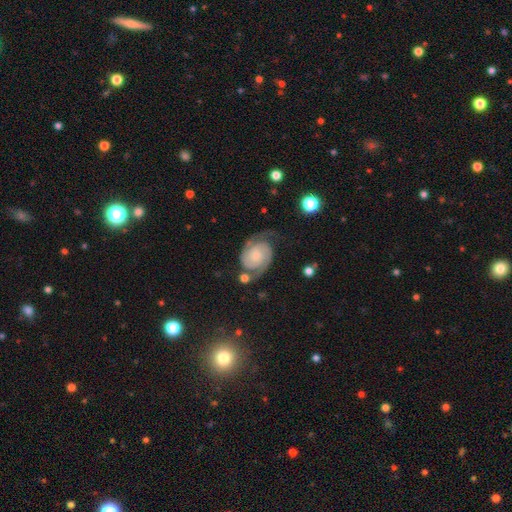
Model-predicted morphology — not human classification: This is clearly a featured or disk galaxy (87%). It is clearly not viewed edge-on (98%). Bar: likely no (73%). Spiral arm pattern: clearly yes (98%). Spiral arm count: clearly 2 (93%). Spiral winding: marginally medium (44%). Central bulge: likely small (63%). Merging: likely none (69%).